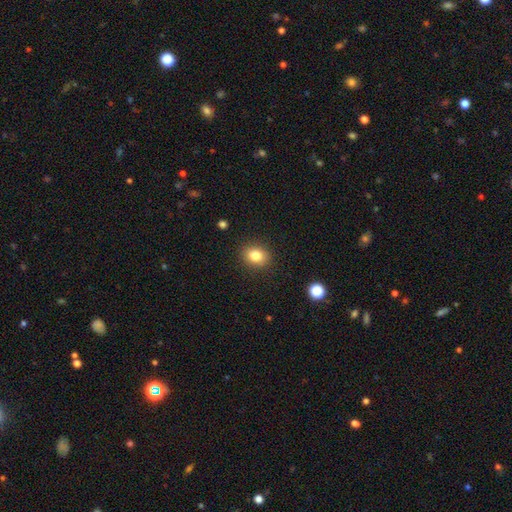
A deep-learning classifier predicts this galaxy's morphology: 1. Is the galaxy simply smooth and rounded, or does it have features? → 82% smooth, 11% star or artifact, 7% featured or disk.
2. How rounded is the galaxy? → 56% round, 43% in between, 1% cigar-shaped.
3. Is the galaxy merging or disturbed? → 89% none, 8% minor disturbance, 2% major disturbance, 1% merger.